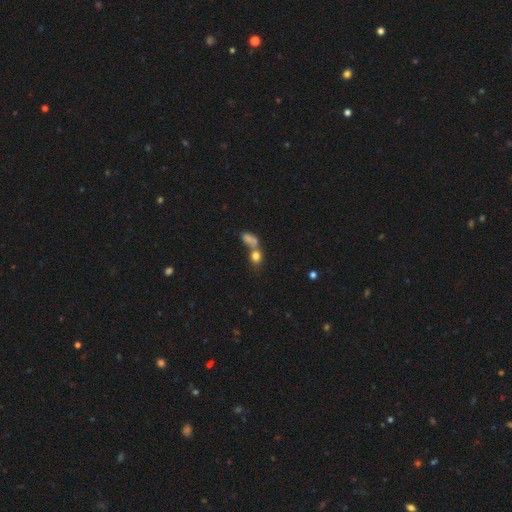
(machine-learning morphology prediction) Smooth or featured? smooth (77%)
How rounded? round (50%)
Merging? merger (54%)